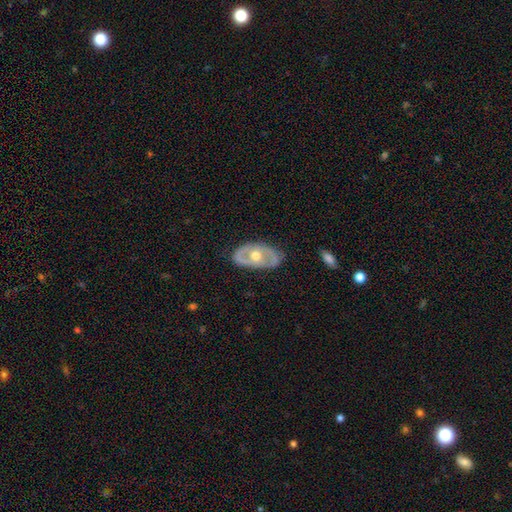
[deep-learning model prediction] smooth_or_featured: featured or disk (p=0.69) [alt: smooth p=0.26]
disk_edge_on: no (p=0.89) [alt: yes p=0.11]
bar: no (p=0.78) [alt: weak p=0.16]
has_spiral_arms: no (p=0.62) [alt: yes p=0.38]
bulge_size: moderate (p=0.78) [alt: small p=0.12]
merging: none (p=0.79) [alt: minor disturbance p=0.16]